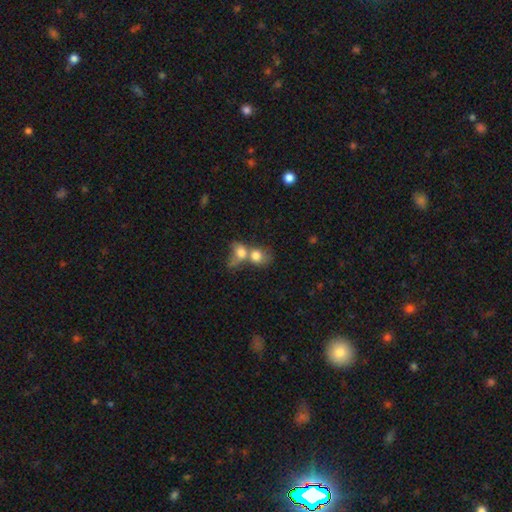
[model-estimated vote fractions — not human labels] Smooth or featured: smooth — 75% (featured or disk — 15%)
How rounded: round — 51% (in between — 47%)
Merging: merger — 76% (none — 13%)